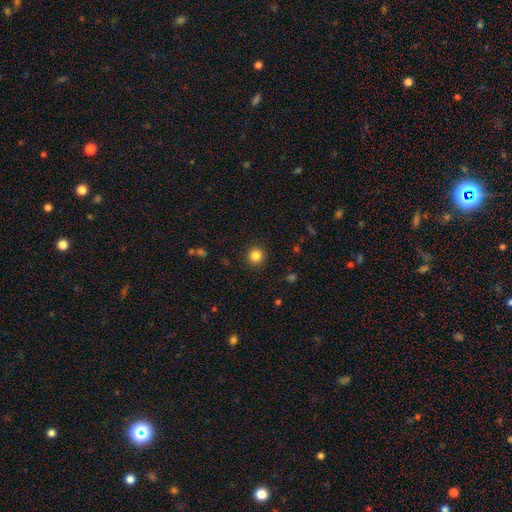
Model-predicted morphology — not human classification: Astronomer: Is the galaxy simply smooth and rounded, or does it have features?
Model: smooth — 84%.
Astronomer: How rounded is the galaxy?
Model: round — 95%.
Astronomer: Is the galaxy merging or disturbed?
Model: none — 92%.